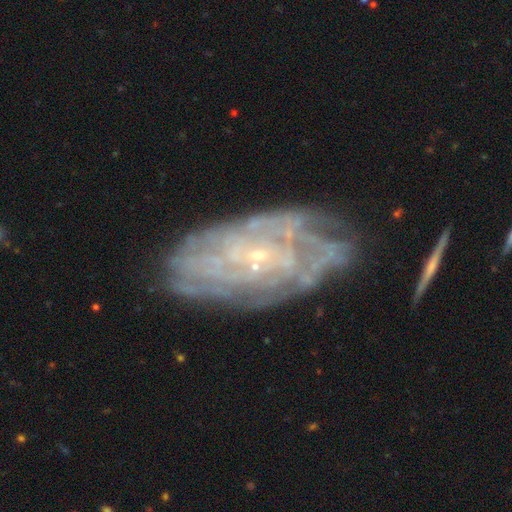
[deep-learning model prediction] A featured or disk galaxy (82%) with no bar (70%), tight (73%) spiral arms (84%) and a small central bulge (83%). Merging: none (69%).